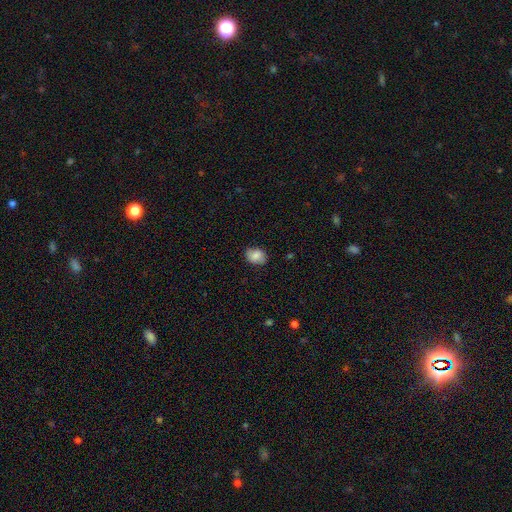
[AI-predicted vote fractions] The model was most divided on "how rounded": in between: 63%, round: 36%, cigar-shaped: 1%. More confident: merging — none (82%); smooth or featured — smooth (80%).